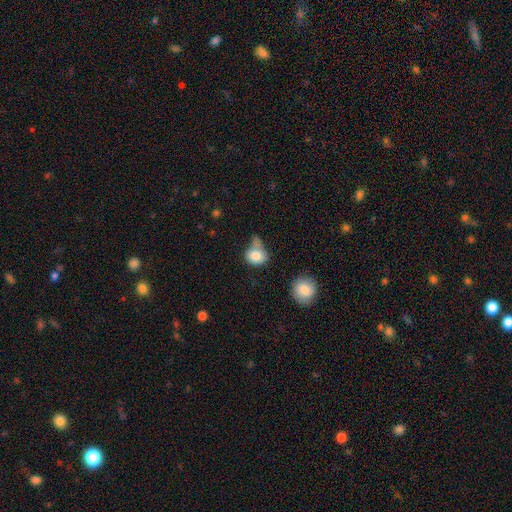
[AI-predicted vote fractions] Smooth or featured? Predicted: smooth (p=0.81). How rounded? Predicted: round (p=0.59). Merging? Predicted: none (p=0.34).